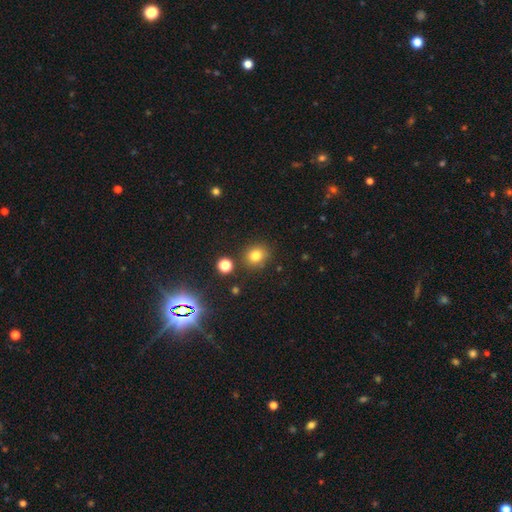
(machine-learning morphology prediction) Smooth or featured? smooth (78%)
How rounded? round (83%)
Merging? none (84%)